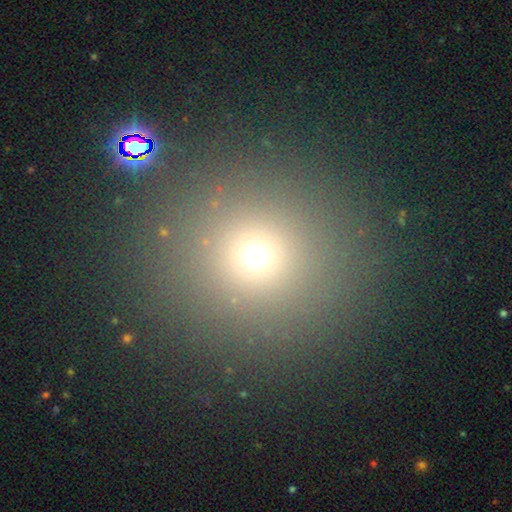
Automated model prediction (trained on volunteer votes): A smooth galaxy with no disk features (67%) that is round (92%). Merging: none (87%).